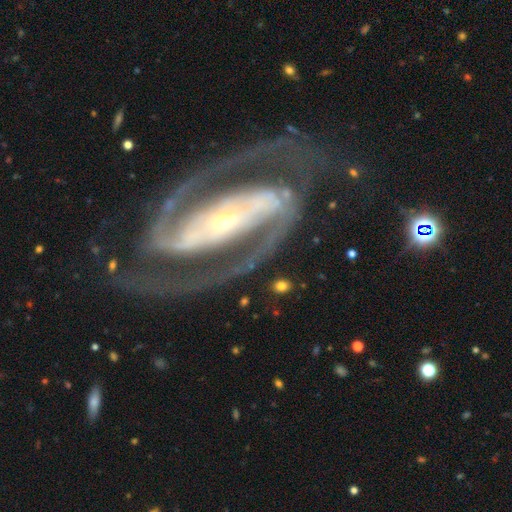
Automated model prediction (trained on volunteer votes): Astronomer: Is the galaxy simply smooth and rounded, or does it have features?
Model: featured or disk — 94%.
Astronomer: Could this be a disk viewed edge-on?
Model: no — 97%.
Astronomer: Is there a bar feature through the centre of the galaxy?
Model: strong — 67%.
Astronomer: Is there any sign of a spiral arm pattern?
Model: yes — 98%.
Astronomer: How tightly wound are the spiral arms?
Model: medium — 53% (runner-up: tight, 38%).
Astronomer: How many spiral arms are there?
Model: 2 — 93%.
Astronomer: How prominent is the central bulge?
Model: small — 73%.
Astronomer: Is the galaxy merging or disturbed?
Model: none — 78%.